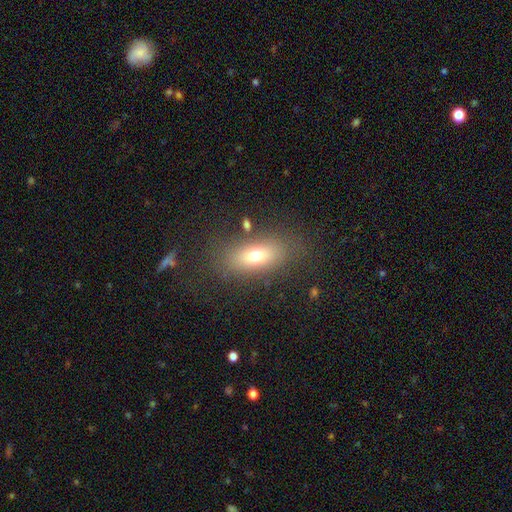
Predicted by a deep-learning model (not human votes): Smooth or featured?
  - smooth: 70% *
  - featured or disk: 19%
  - star or artifact: 11%
How rounded?
  - in between: 79% *
  - cigar-shaped: 15%
  - round: 7%
Merging?
  - none: 79% *
  - minor disturbance: 12%
  - major disturbance: 6%
  - merger: 3%